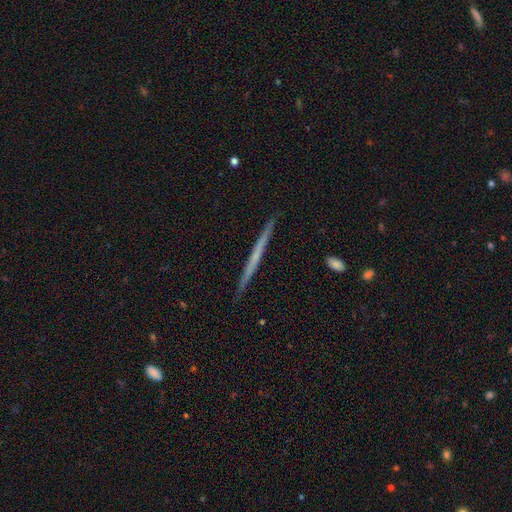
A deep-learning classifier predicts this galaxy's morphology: Overall: featured or disk (58%; smooth 36%). Edge-on disk: yes (98%). Edge-on bulge: none (87%). Merging: none (92%).